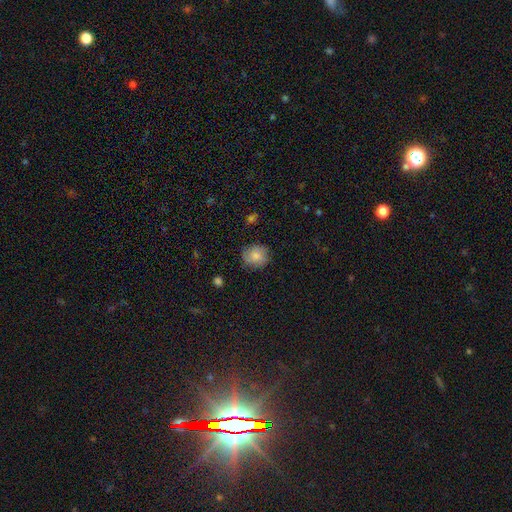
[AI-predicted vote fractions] A smooth galaxy with no disk features (79%) that is round (83%).

Vote fractions:
- Smooth or featured? smooth: 79% / featured or disk: 12% / star or artifact: 9%
- How rounded? round: 83% / in between: 16% / cigar-shaped: 1%
- Merging? none: 78% / minor disturbance: 17% / major disturbance: 4% / merger: 1%